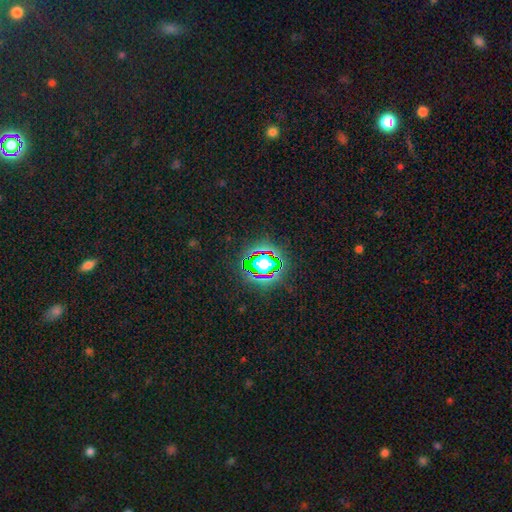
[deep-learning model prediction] Smooth or featured? star or artifact (81%)